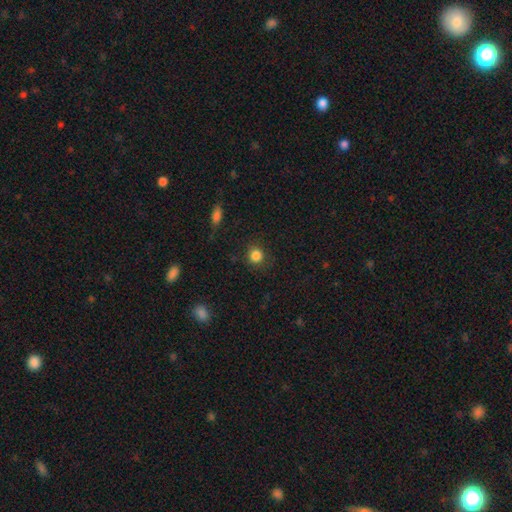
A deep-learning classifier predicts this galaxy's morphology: A smooth galaxy with no disk features (84%) that is round (87%). Merging: none (85%).